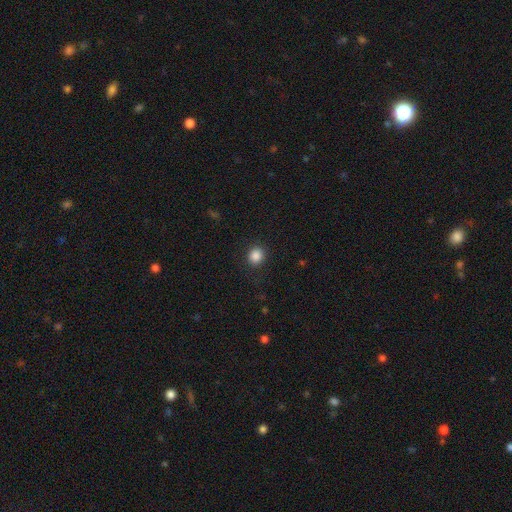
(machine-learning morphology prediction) Smooth or featured? smooth (87%)
How rounded? round (84%)
Merging? none (90%)